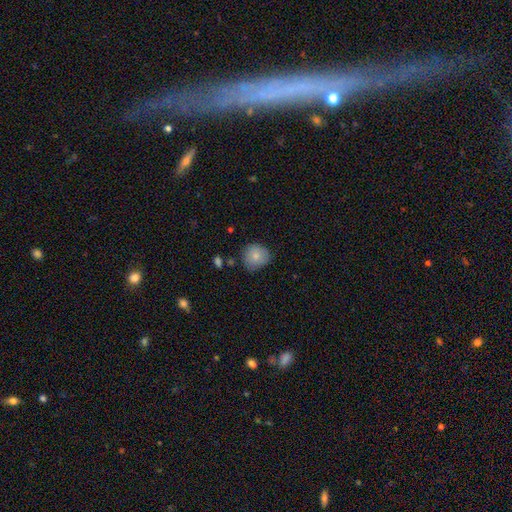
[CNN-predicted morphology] Overall: smooth (81%). How rounded: round (86%). Merging: none (73%).